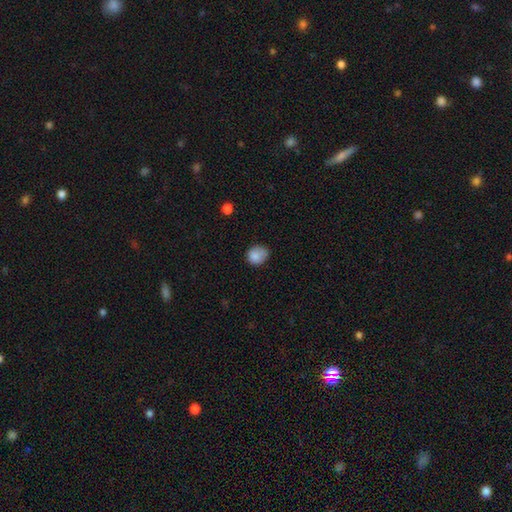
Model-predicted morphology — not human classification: This is clearly a smooth galaxy (85%). How rounded: likely round (75%). Merging: likely none (61%).